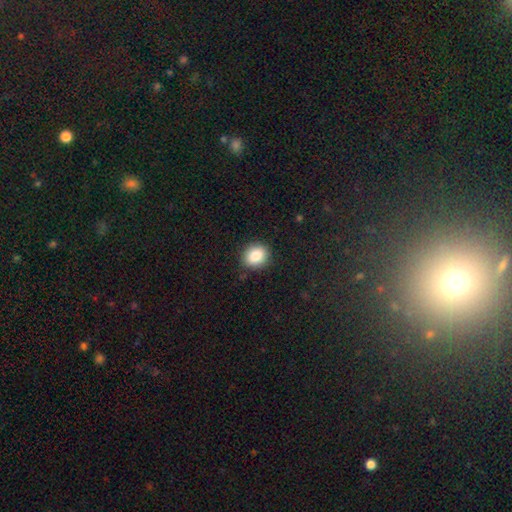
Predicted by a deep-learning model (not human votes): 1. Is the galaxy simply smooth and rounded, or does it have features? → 85% smooth, 9% star or artifact, 6% featured or disk.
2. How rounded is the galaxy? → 67% round, 32% in between, 1% cigar-shaped.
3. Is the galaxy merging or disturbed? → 88% none, 8% minor disturbance, 2% major disturbance, 1% merger.